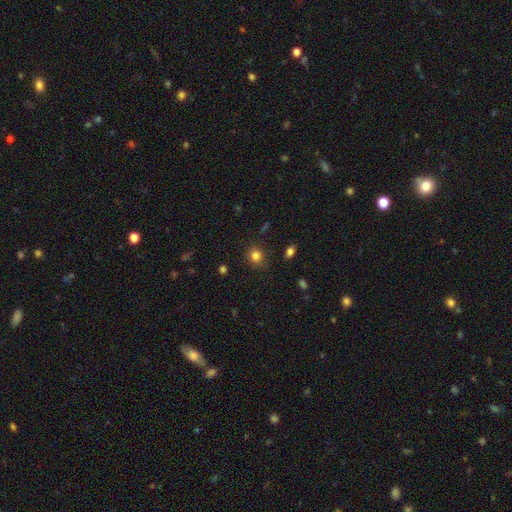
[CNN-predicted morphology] smooth-or-featured: smooth: 82% | star or artifact: 12% | featured or disk: 5%
  how-rounded: round: 77% | in between: 22% | cigar-shaped: 1%
  merging: none: 84% | minor disturbance: 11% | major disturbance: 3% | merger: 2%